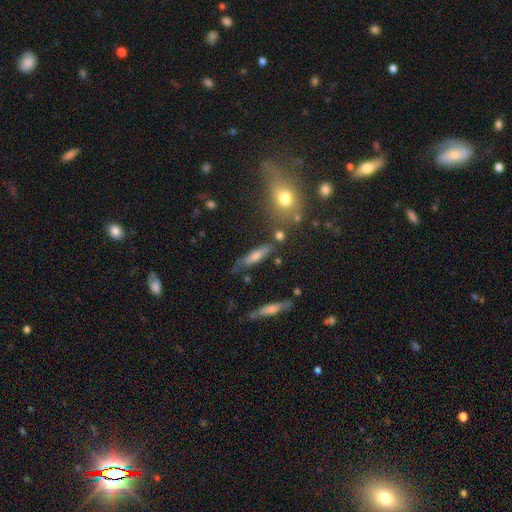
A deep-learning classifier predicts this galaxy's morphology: Smooth or featured: featured or disk — 43% (smooth — 33%)
Merging: none — 67% (minor disturbance — 15%)